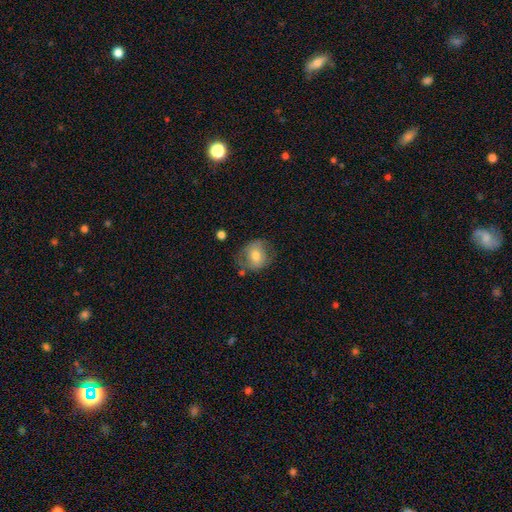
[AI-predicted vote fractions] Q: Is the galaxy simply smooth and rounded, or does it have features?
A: smooth — 60%.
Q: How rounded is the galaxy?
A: round — 65%.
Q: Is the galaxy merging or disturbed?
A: none — 63%.